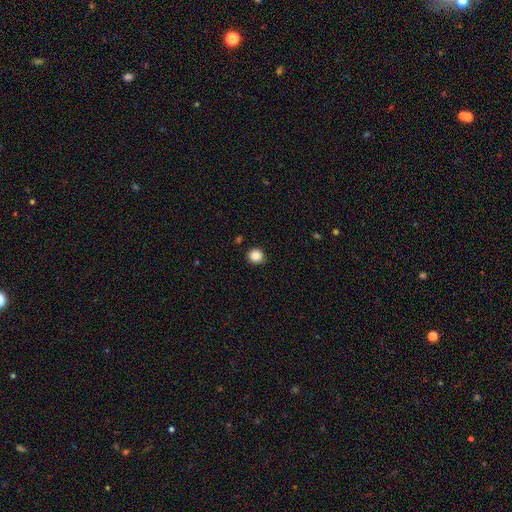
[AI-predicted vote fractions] A smooth galaxy with no disk features (87%) that is round (90%). Merging: none (90%).